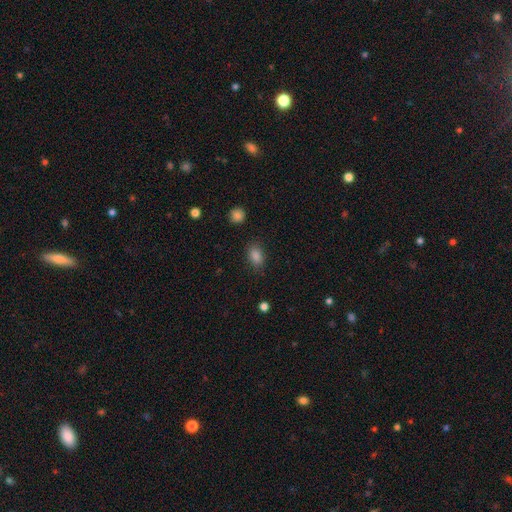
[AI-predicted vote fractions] This appears to be a smooth galaxy with no disk features (85%) that is in between round and cigar-shaped (83%). Merging: none (84%).